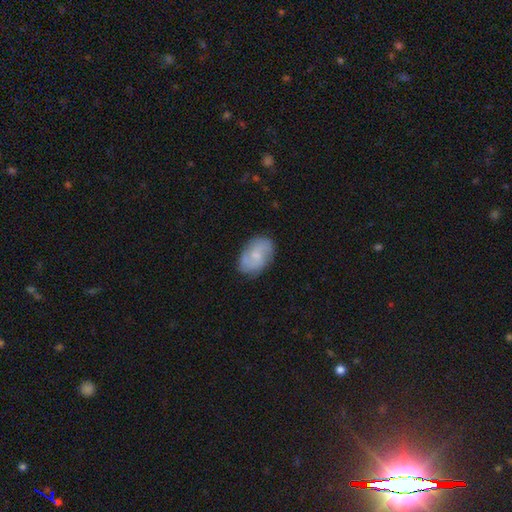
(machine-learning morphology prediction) Smooth or featured? Predicted: featured or disk (p=0.54). Edge-on disk? Predicted: no (p=0.96). Bar? Predicted: no (p=0.58). Spiral arms? Predicted: yes (p=0.85). Bulge size? Predicted: small (p=0.47). Merging? Predicted: none (p=0.78).